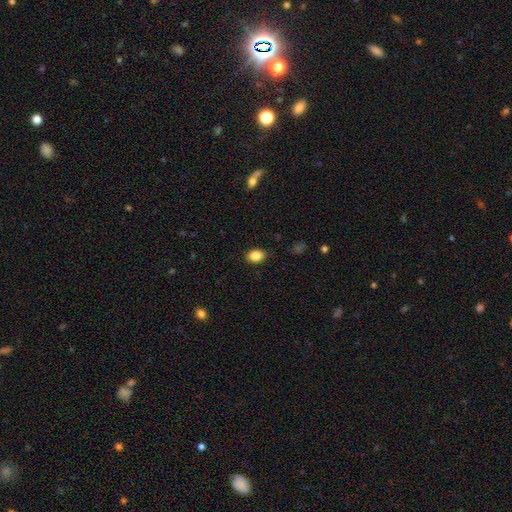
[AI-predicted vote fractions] smooth 86%, star or artifact 9%, featured or disk 5%. Down the decision tree: how rounded — in between (68%); merging — none (88%).